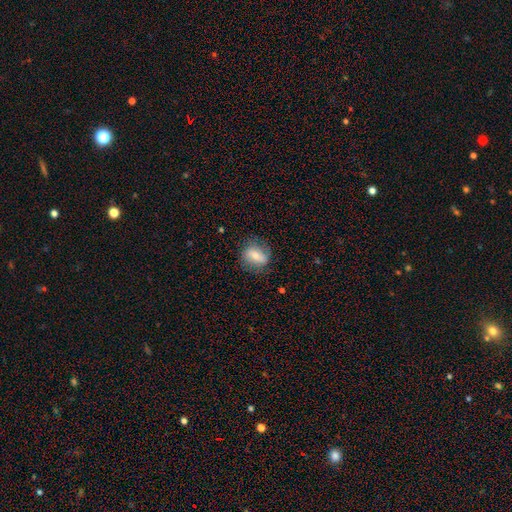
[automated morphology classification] A smooth galaxy with no disk features (50%). Merging: none (75%).